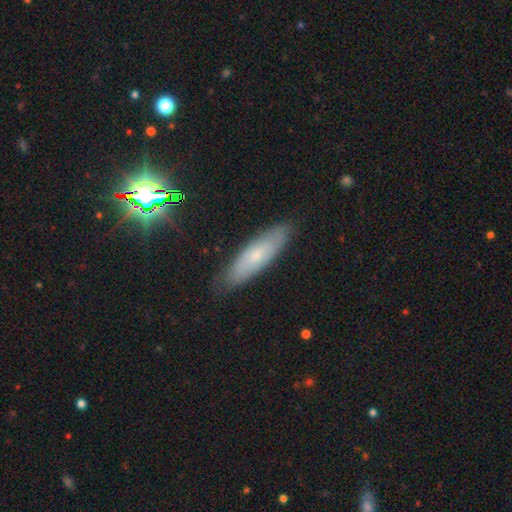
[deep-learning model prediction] smooth-or-featured: smooth: 55% | featured or disk: 35% | star or artifact: 10%
  how-rounded: cigar-shaped: 55% | in between: 43% | round: 2%
  merging: none: 84% | minor disturbance: 13% | major disturbance: 2% | merger: 1%